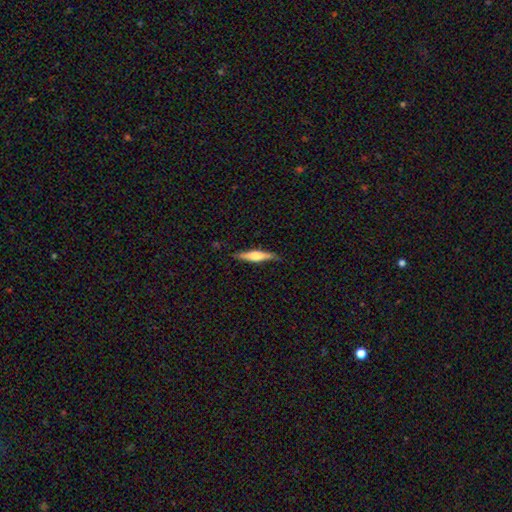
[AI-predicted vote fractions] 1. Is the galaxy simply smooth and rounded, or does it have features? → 48% featured or disk, 47% smooth, 6% star or artifact.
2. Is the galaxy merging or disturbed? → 80% none, 15% minor disturbance, 3% major disturbance, 1% merger.